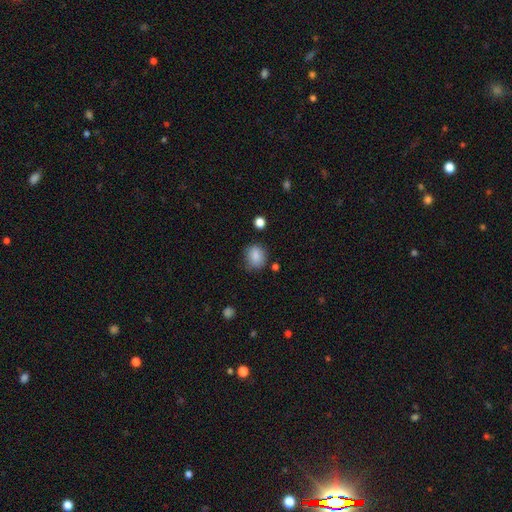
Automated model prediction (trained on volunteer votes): This appears to be a smooth galaxy with no disk features (84%) that is round (65%). Merging: none (73%).